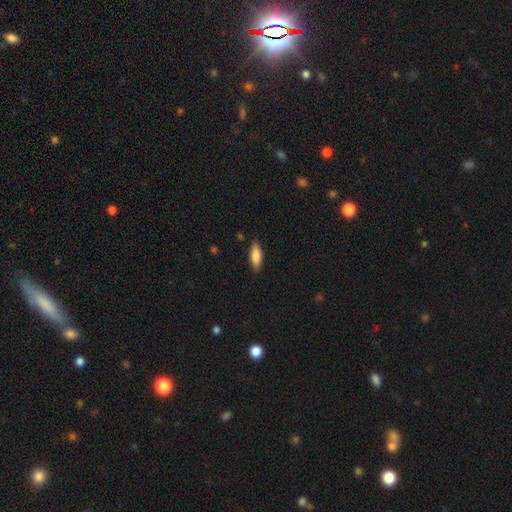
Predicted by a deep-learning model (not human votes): Smooth or featured? smooth (81%)
How rounded? in between (65%)
Merging? none (84%)